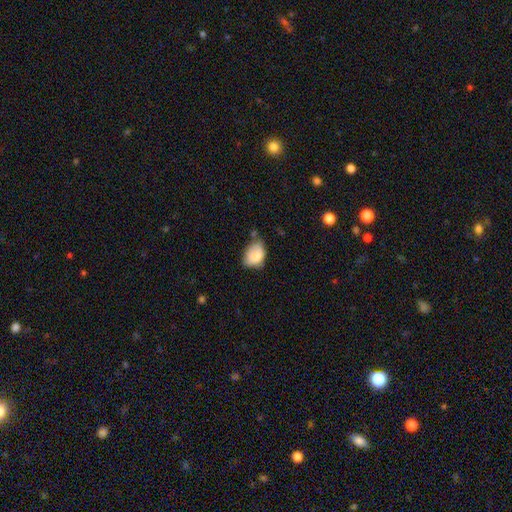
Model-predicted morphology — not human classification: smooth-or-featured: smooth: 80% | featured or disk: 13% | star or artifact: 8%
  how-rounded: in between: 77% | round: 22% | cigar-shaped: 1%
  merging: none: 43% | minor disturbance: 40% | major disturbance: 9% | merger: 8%